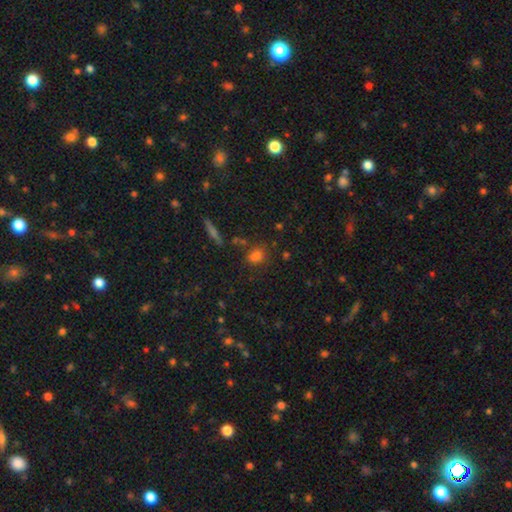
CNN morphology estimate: This appears to be a smooth galaxy with no disk features (70%) that is in between round and cigar-shaped (58%). Merging: none (72%).